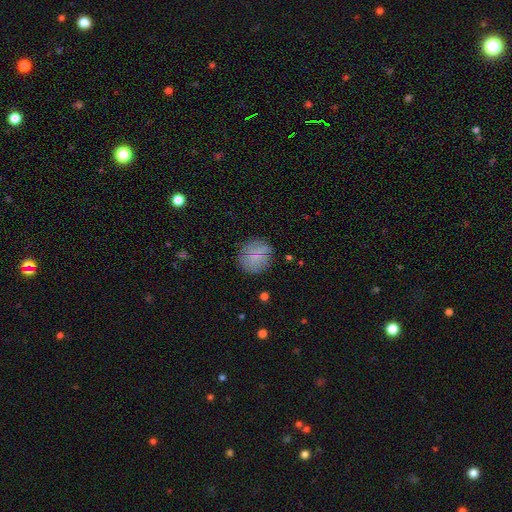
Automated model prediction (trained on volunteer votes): A smooth galaxy with no disk features (71%) that is round (88%).

Vote fractions:
- Smooth or featured? smooth: 71% / featured or disk: 18% / star or artifact: 12%
- How rounded? round: 88% / in between: 11% / cigar-shaped: 1%
- Merging? none: 78% / minor disturbance: 15% / major disturbance: 5% / merger: 2%